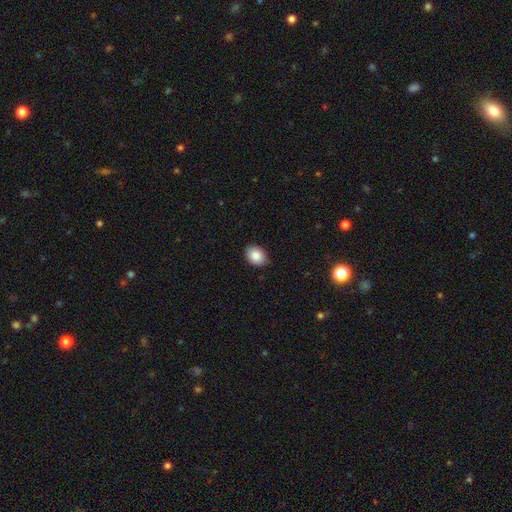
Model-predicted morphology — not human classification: A smooth galaxy with no disk features (87%) that is in between round and cigar-shaped (71%). Merging: none (85%).